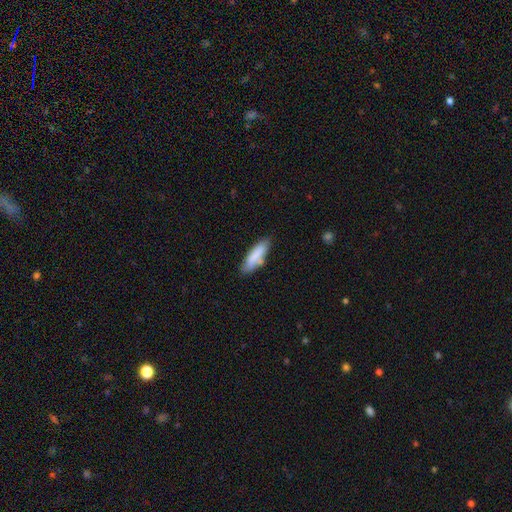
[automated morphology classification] A smooth galaxy with no disk features (82%) that is cigar-shaped (55%). Merging: none (68%).